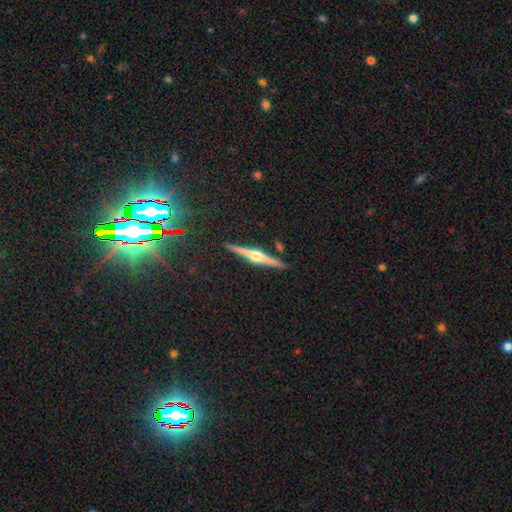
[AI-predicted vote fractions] The model was most divided on "smooth or featured": featured or disk: 82%, smooth: 11%, star or artifact: 7%. More confident: edge-on disk — yes (98%); edge-on bulge — rounded (92%); merging — none (89%).